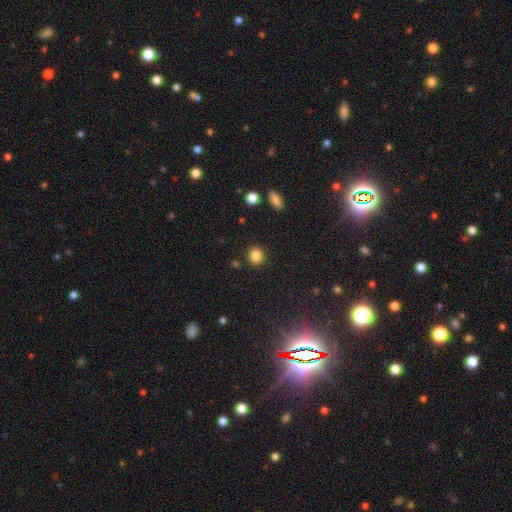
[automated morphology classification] A smooth galaxy with no disk features (85%) that is round (66%).

Vote fractions:
- Smooth or featured? smooth: 85% / star or artifact: 11% / featured or disk: 4%
- How rounded? round: 66% / in between: 33% / cigar-shaped: 1%
- Merging? none: 87% / minor disturbance: 8% / major disturbance: 3% / merger: 2%